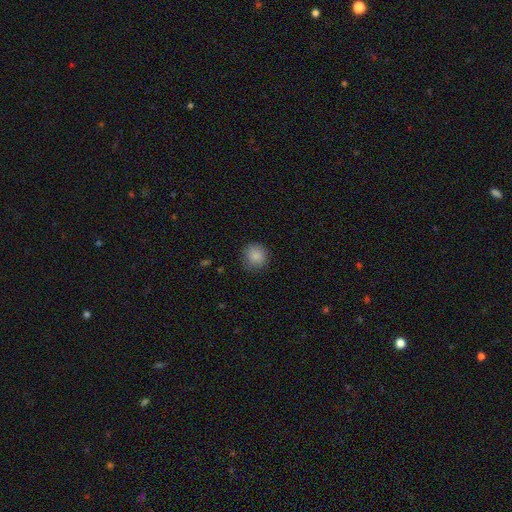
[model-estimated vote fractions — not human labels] smooth 87%, star or artifact 9%, featured or disk 4%. Down the decision tree: how rounded — round (89%); merging — none (83%).